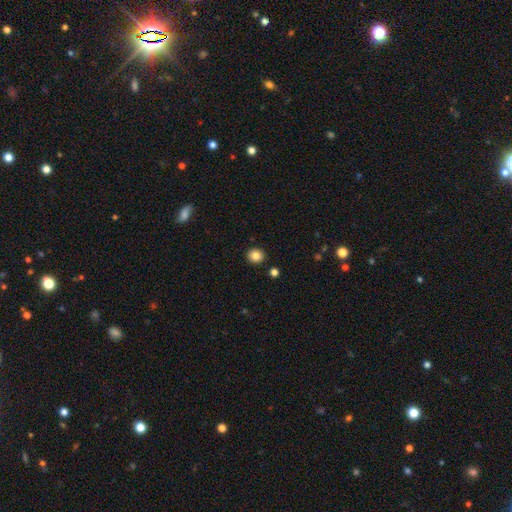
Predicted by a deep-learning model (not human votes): Smooth or featured? smooth (84%)
How rounded? round (82%)
Merging? none (91%)